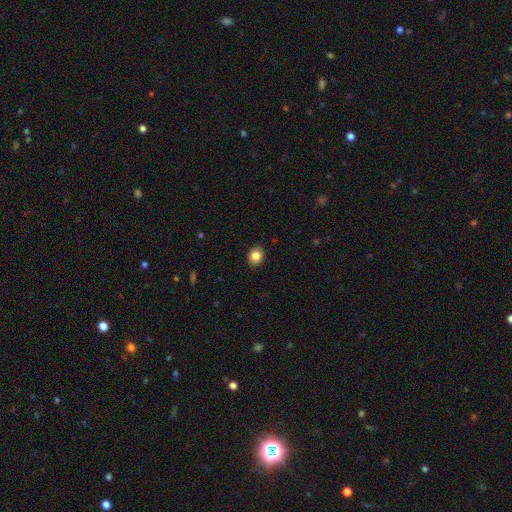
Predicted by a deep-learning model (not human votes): Smooth or featured?
  - smooth: 85% *
  - star or artifact: 9%
  - featured or disk: 7%
How rounded?
  - in between: 51% *
  - round: 48%
  - cigar-shaped: 1%
Merging?
  - none: 90% *
  - minor disturbance: 7%
  - major disturbance: 2%
  - merger: 1%